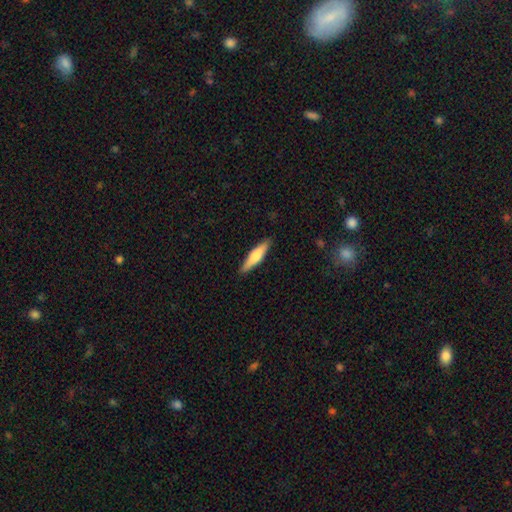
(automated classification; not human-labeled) This appears to be a smooth galaxy with no disk features (64%) that is cigar-shaped (76%). Merging: none (89%).